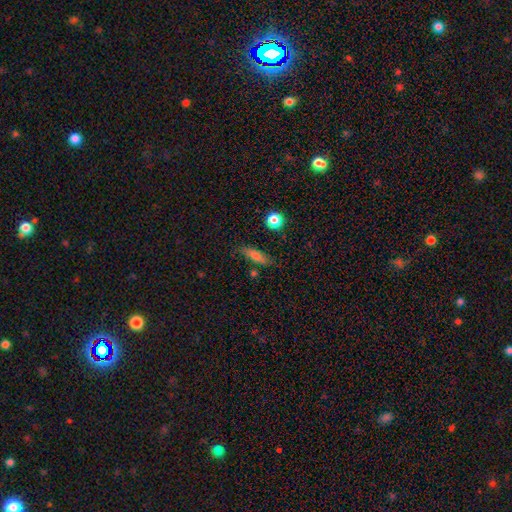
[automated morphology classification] type=smooth (72%); roundness=cigar-shaped (52%); merging=none (78%).